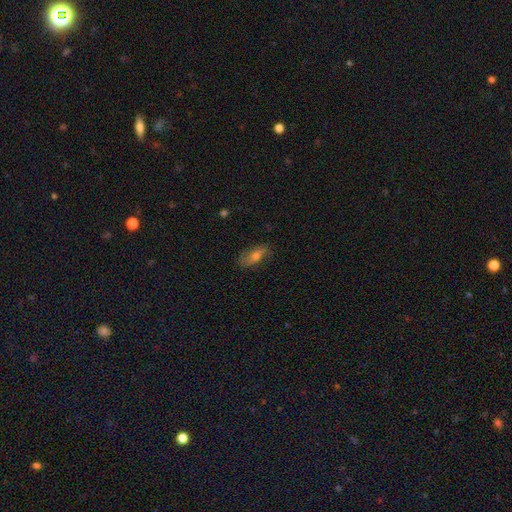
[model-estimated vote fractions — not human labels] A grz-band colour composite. It shows a smooth galaxy with no disk features (51%) that is in between round and cigar-shaped (76%). Merging: none (76%).